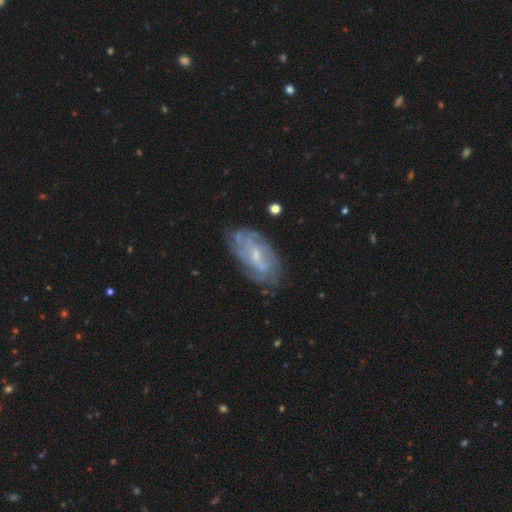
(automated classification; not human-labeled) smooth_or_featured: featured or disk (p=0.72) [alt: smooth p=0.19]
disk_edge_on: no (p=0.93) [alt: yes p=0.07]
bar: weak (p=0.48) [alt: no p=0.41]
has_spiral_arms: yes (p=0.78) [alt: no p=0.22]
spiral_winding: tight (p=0.54) [alt: medium p=0.32]
spiral_arm_count: can't tell (p=0.58) [alt: 2 p=0.12]
bulge_size: small (p=0.63) [alt: moderate p=0.27]
merging: none (p=0.70) [alt: minor disturbance p=0.20]